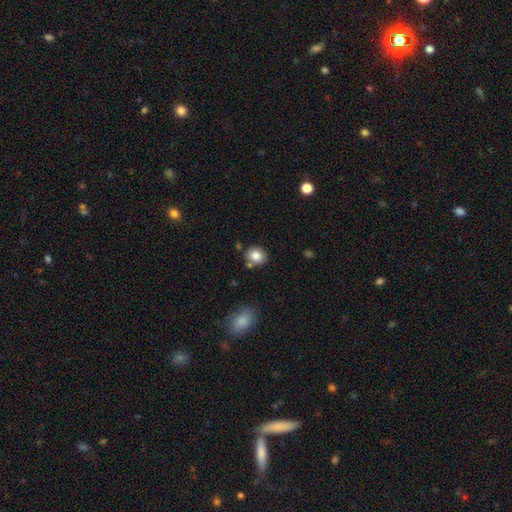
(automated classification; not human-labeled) Smooth or featured?
  - smooth: 83% *
  - star or artifact: 10%
  - featured or disk: 7%
How rounded?
  - round: 74% *
  - in between: 25%
  - cigar-shaped: 1%
Merging?
  - none: 76% *
  - minor disturbance: 12%
  - merger: 9%
  - major disturbance: 3%